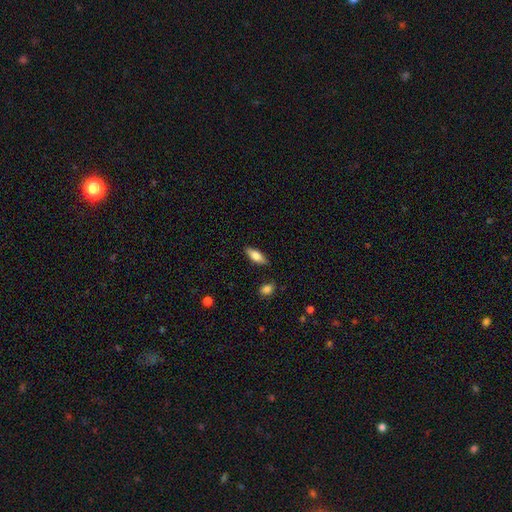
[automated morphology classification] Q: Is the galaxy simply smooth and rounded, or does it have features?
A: smooth — 75%.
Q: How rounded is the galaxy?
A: in between — 68%.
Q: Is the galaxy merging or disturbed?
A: none — 85%.